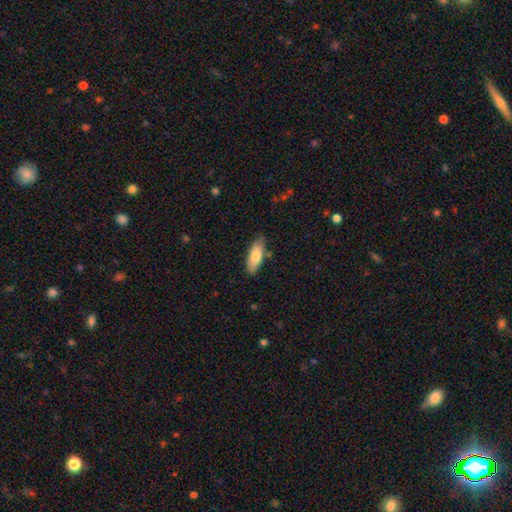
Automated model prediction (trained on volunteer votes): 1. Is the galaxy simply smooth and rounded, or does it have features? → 81% smooth, 13% featured or disk, 6% star or artifact.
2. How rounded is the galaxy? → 71% in between, 28% cigar-shaped, 2% round.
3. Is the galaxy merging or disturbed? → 80% none, 15% minor disturbance, 3% major disturbance, 2% merger.